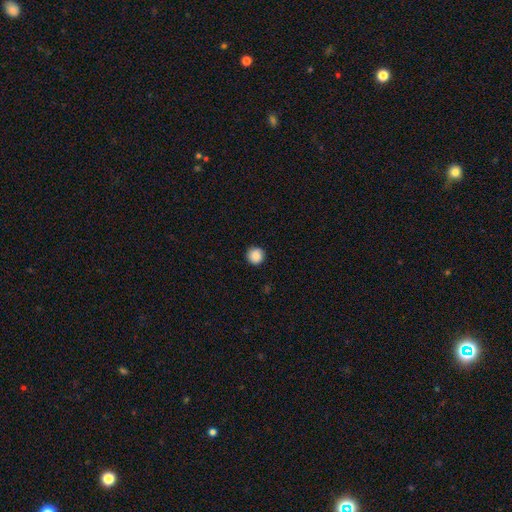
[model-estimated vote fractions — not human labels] Smooth or featured? smooth (88%)
How rounded? round (95%)
Merging? none (91%)